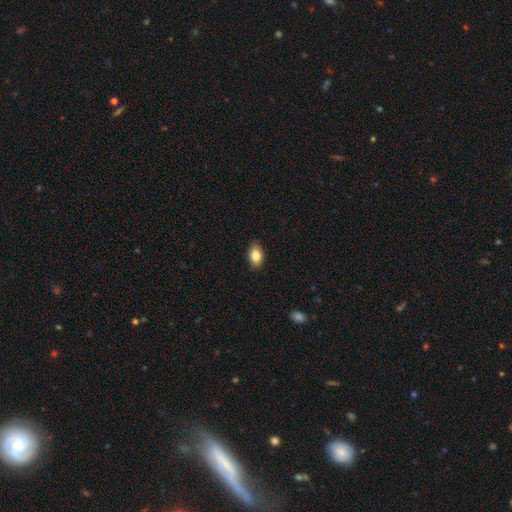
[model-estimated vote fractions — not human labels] smooth-or-featured: smooth: 85% | featured or disk: 8% | star or artifact: 7%
  how-rounded: in between: 90% | round: 8% | cigar-shaped: 2%
  merging: none: 88% | minor disturbance: 9% | major disturbance: 2% | merger: 1%